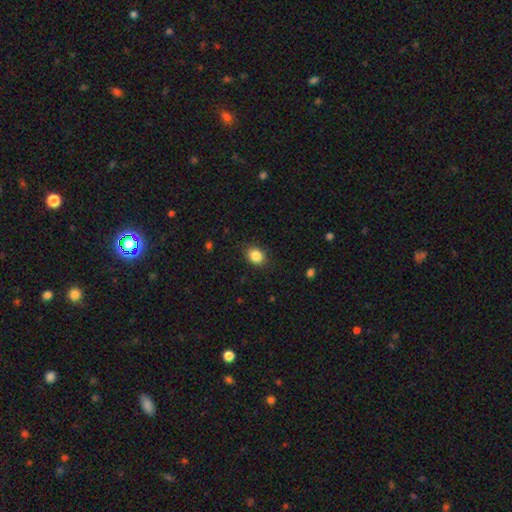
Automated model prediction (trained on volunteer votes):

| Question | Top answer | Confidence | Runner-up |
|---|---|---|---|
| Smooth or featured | smooth | 86% | star or artifact (9%) |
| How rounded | in between | 55% | round (44%) |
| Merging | none | 86% | minor disturbance (11%) |